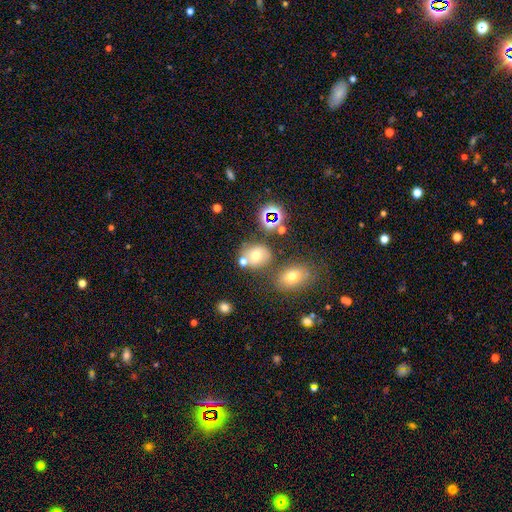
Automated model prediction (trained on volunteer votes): Morphology: type=smooth (57%); roundness=round (58%); merging=none (62%).